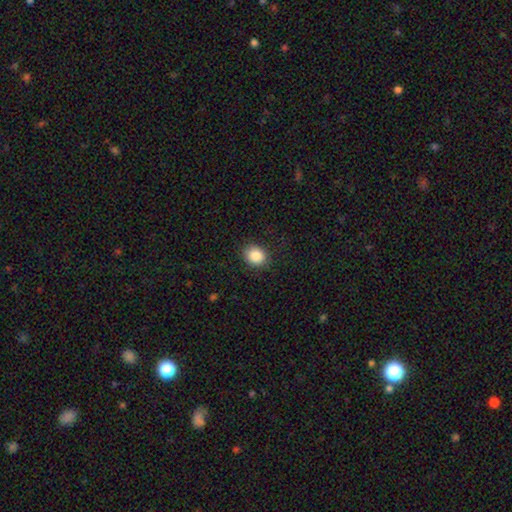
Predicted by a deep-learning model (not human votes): smooth-or-featured: smooth: 86% | star or artifact: 9% | featured or disk: 5%
  how-rounded: round: 60% | in between: 39% | cigar-shaped: 1%
  merging: none: 87% | minor disturbance: 9% | major disturbance: 3% | merger: 1%